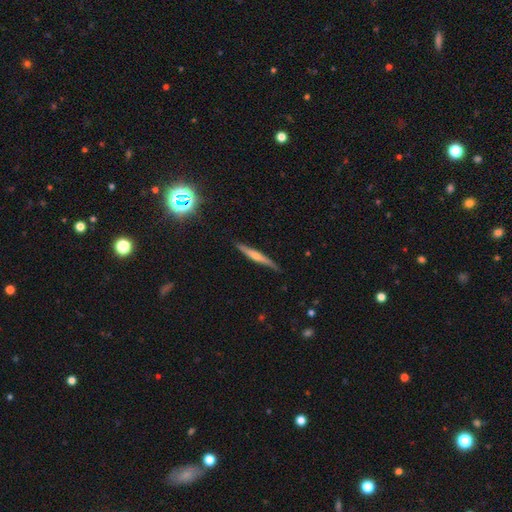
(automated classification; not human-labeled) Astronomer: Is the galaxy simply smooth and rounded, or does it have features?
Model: featured or disk — 49% (runner-up: smooth, 44%).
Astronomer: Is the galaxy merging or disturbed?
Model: none — 85%.